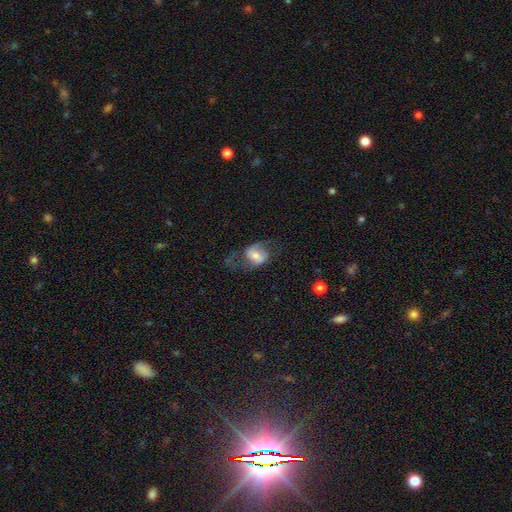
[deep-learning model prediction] Smooth or featured?
  - featured or disk: 49% *
  - smooth: 43%
  - star or artifact: 8%
Merging?
  - none: 46% *
  - major disturbance: 29%
  - minor disturbance: 23%
  - merger: 2%